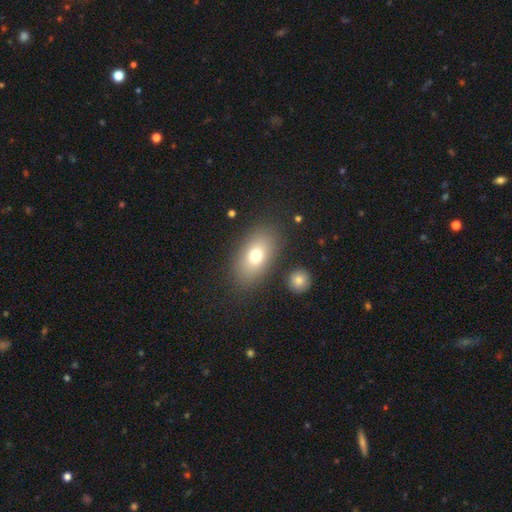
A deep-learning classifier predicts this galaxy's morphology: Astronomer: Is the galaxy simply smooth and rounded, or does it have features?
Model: smooth — 73%.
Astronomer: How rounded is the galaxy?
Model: in between — 87%.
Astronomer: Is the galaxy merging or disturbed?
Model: none — 83%.